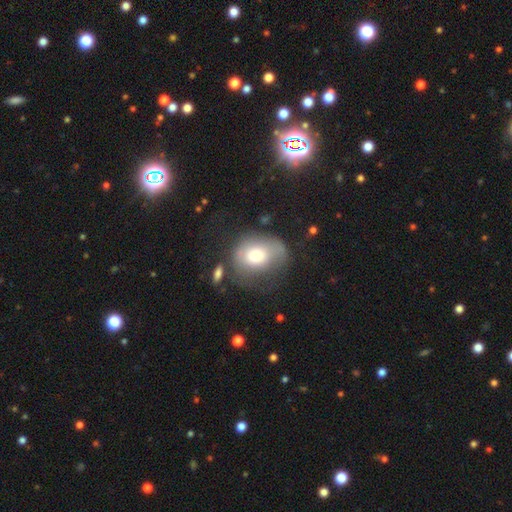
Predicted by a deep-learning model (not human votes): smooth 66%, featured or disk 25%, star or artifact 9%. Down the decision tree: how rounded — round (57%); merging — none (42%).